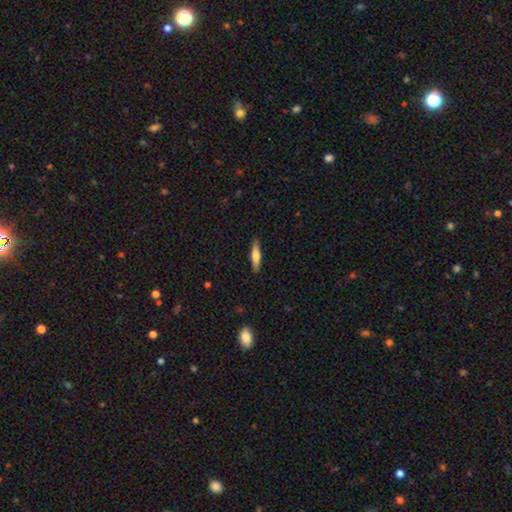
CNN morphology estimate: This is possibly a smooth galaxy (54%). How rounded: clearly cigar-shaped (82%). Merging: clearly none (90%).